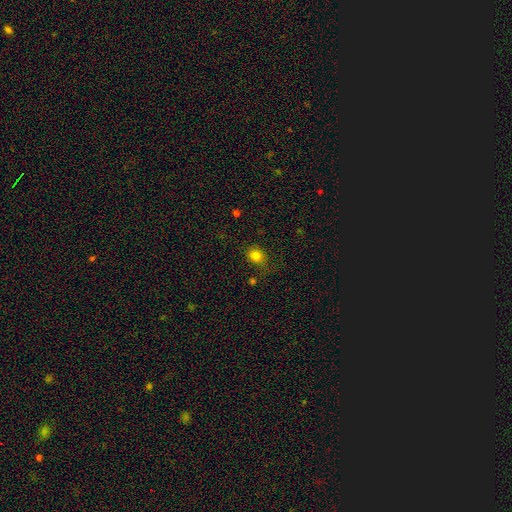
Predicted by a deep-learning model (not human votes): The model was most divided on "how rounded": round: 59%, in between: 40%, cigar-shaped: 1%. More confident: smooth or featured — smooth (80%); merging — none (73%).